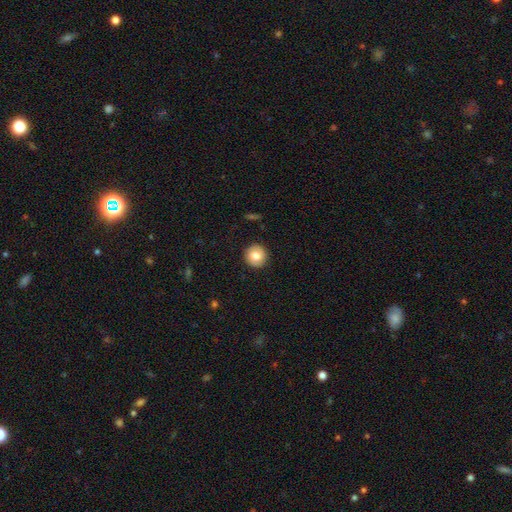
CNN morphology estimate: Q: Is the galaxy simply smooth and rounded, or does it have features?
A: smooth — 80%.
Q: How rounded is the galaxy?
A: round — 94%.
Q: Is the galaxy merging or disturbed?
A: none — 91%.